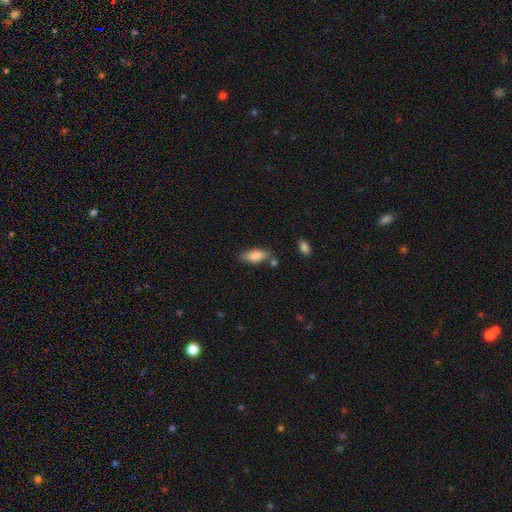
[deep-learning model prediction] Smooth or featured? Predicted: smooth (p=0.83). How rounded? Predicted: in between (p=0.79). Merging? Predicted: none (p=0.70).